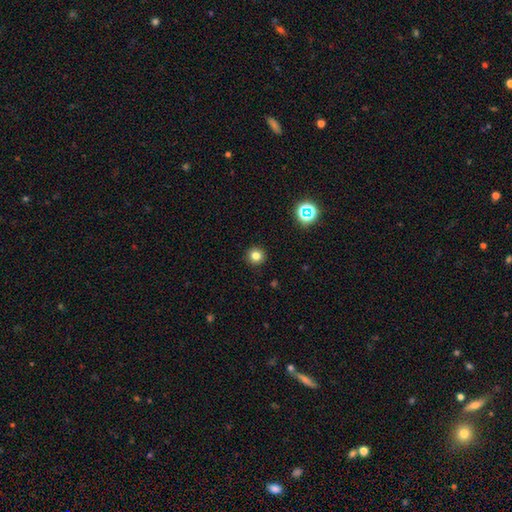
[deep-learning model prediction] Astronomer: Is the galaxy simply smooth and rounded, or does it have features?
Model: smooth — 80%.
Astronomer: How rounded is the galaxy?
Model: round — 95%.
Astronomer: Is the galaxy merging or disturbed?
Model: none — 93%.